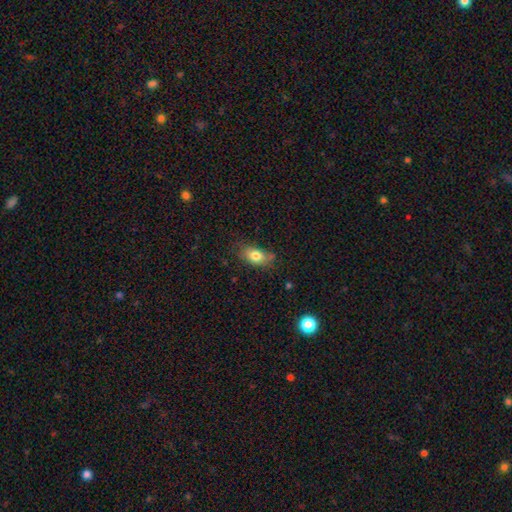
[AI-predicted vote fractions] Smooth or featured: smooth — 79% (featured or disk — 12%)
How rounded: in between — 83% (round — 13%)
Merging: none — 68% (minor disturbance — 23%)